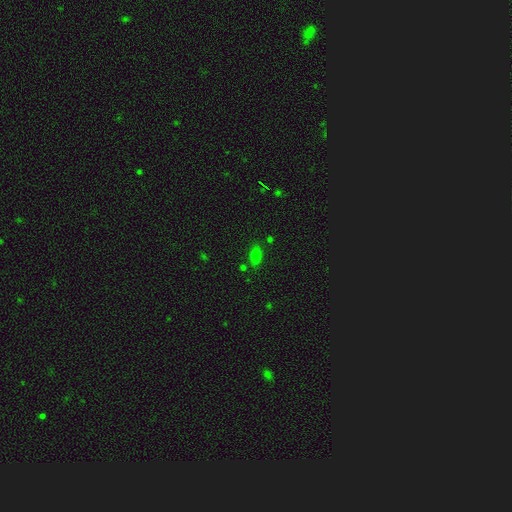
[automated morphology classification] smooth_or_featured: smooth (p=0.74) [alt: star or artifact p=0.18]
how_rounded: in between (p=0.82) [alt: round p=0.10]
merging: none (p=0.80) [alt: minor disturbance p=0.13]